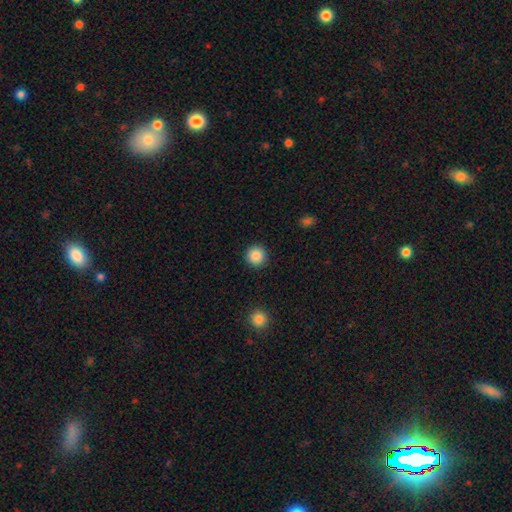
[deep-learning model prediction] Smooth or featured: smooth — 87% (star or artifact — 9%)
How rounded: round — 95% (in between — 4%)
Merging: none — 91% (minor disturbance — 5%)